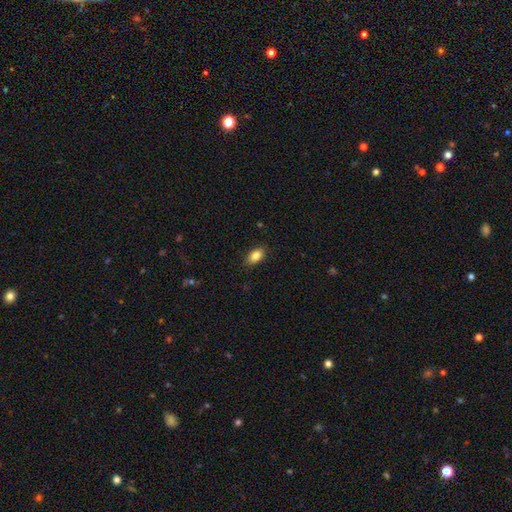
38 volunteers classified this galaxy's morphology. smooth_or_featured: smooth (p=0.95) [alt: featured or disk p=0.03]
how_rounded: in between (p=0.81) [alt: round p=0.14]
merging: none (p=0.92) [alt: minor disturbance p=0.08]